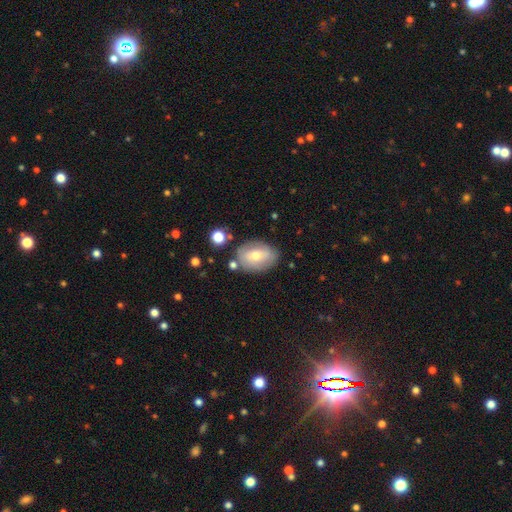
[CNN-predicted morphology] Overall: smooth (60%; featured or disk 32%). How rounded: in between (75%). Merging: none (74%).